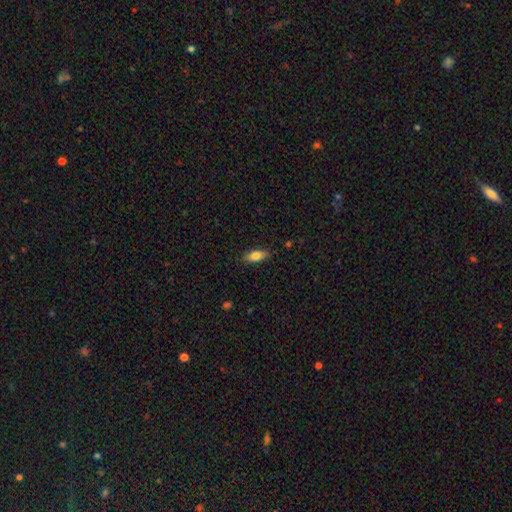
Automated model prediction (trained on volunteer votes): Morphology: type=smooth (79%); roundness=in between (76%); merging=none (86%).